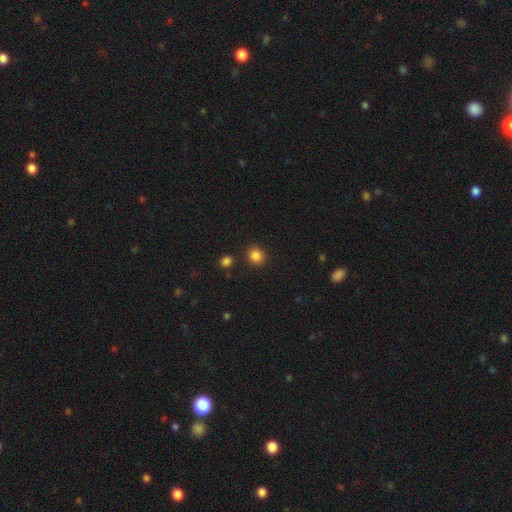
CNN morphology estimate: This appears to be a smooth galaxy with no disk features (85%) that is round (83%). Merging: none (88%).